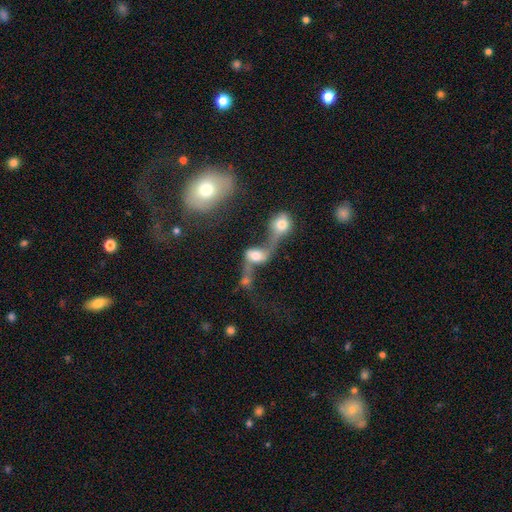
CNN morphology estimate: Overall: featured or disk (48%; smooth 40%). Merging: merger (73%).